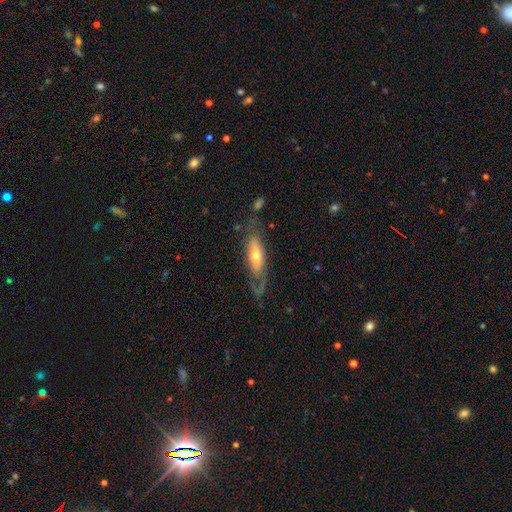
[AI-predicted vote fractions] Overall: featured or disk (55%; smooth 38%). Edge-on disk: no (66%; yes 34%). Merging: none (54%; minor disturbance 24%).